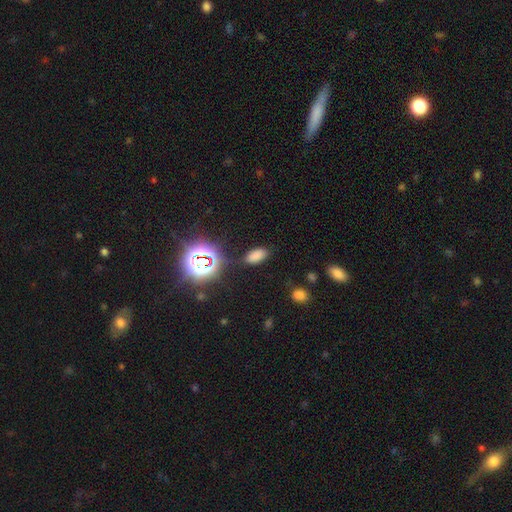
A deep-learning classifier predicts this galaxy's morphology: A smooth galaxy with no disk features (71%) that is in between round and cigar-shaped (90%). Merging: none (82%).